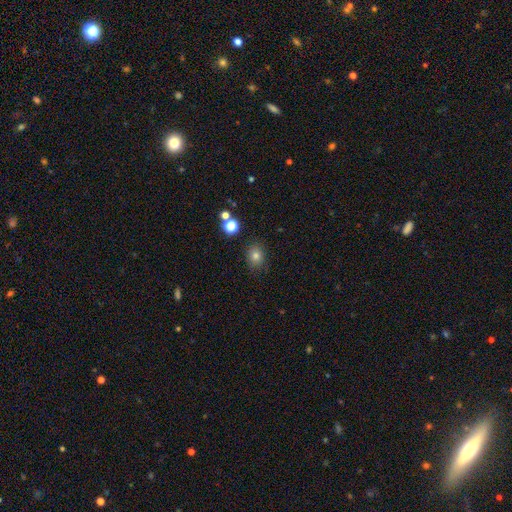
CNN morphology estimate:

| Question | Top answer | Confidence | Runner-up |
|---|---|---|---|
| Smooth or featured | smooth | 79% | star or artifact (14%) |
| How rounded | round | 59% | in between (40%) |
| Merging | none | 85% | minor disturbance (10%) |